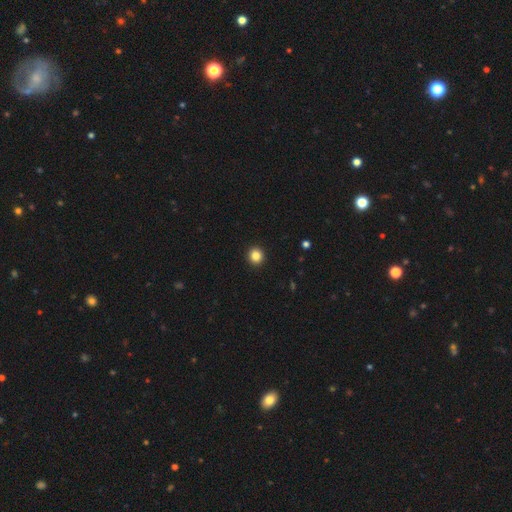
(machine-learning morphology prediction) Smooth or featured? smooth (85%)
How rounded? round (92%)
Merging? none (93%)